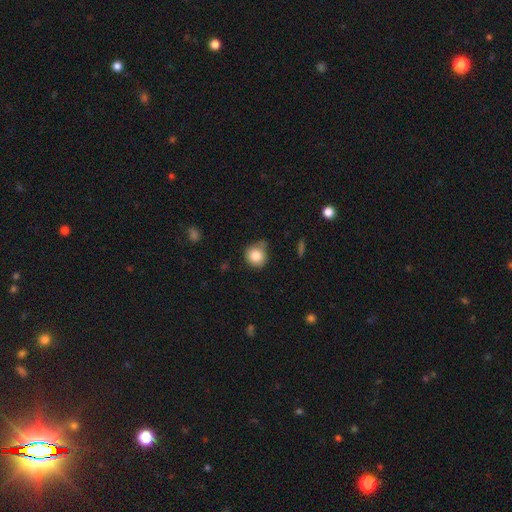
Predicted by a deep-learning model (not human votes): The model was most divided on "merging": none: 68%, minor disturbance: 23%, major disturbance: 5%, merger: 4%. More confident: how rounded — round (90%); smooth or featured — smooth (83%).